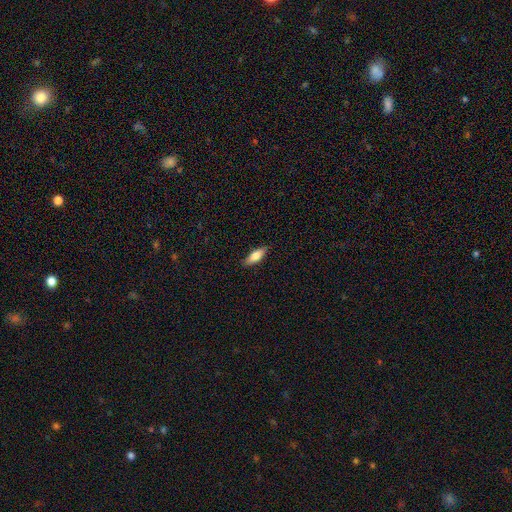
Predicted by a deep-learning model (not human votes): smooth-or-featured: smooth: 76% | featured or disk: 18% | star or artifact: 6%
  how-rounded: in between: 64% | cigar-shaped: 34% | round: 2%
  merging: none: 86% | minor disturbance: 11% | major disturbance: 2% | merger: 1%